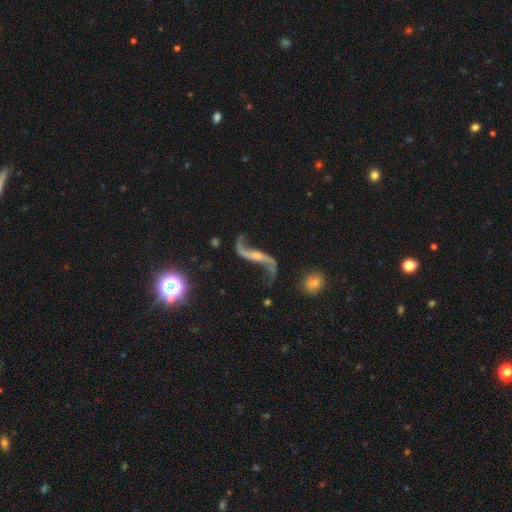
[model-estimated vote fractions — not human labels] Q: Smooth or featured?
A: featured or disk (88%); runner-up: star or artifact (8%)
Q: Edge-on disk?
A: no (93%); runner-up: yes (7%)
Q: Bar?
A: no (41%); runner-up: weak (34%)
Q: Spiral arms?
A: yes (97%); runner-up: no (3%)
Q: Spiral winding?
A: loose (94%); runner-up: medium (4%)
Q: Spiral arm count?
A: 2 (94%); runner-up: 1 (2%)
Q: Bulge size?
A: small (55%); runner-up: moderate (25%)
Q: Merging?
A: none (73%); runner-up: minor disturbance (14%)